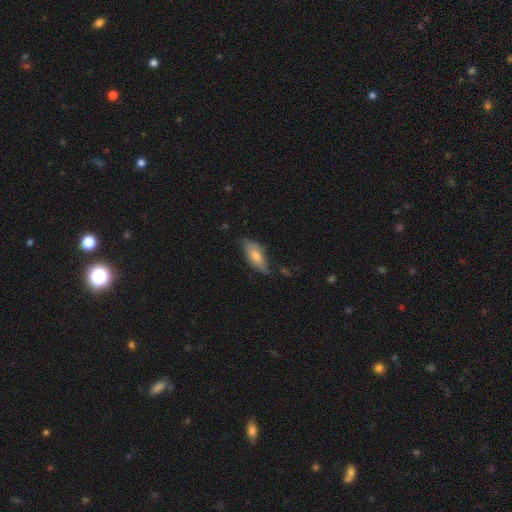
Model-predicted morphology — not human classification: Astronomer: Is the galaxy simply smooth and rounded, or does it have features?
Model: smooth — 68%.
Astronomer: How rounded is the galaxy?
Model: in between — 76%.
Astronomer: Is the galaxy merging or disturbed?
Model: none — 67%.